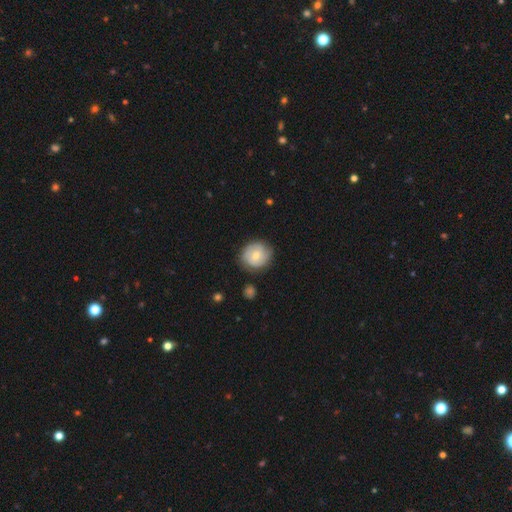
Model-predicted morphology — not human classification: type=featured or disk (49%); merging=none (78%).